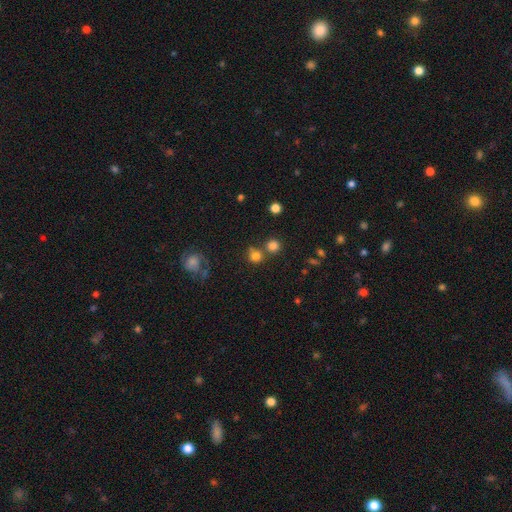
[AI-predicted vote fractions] A smooth galaxy with no disk features (79%) that is round (89%).

Vote fractions:
- Smooth or featured? smooth: 79% / star or artifact: 14% / featured or disk: 7%
- How rounded? round: 89% / in between: 10% / cigar-shaped: 1%
- Merging? none: 61% / merger: 26% / minor disturbance: 9% / major disturbance: 4%